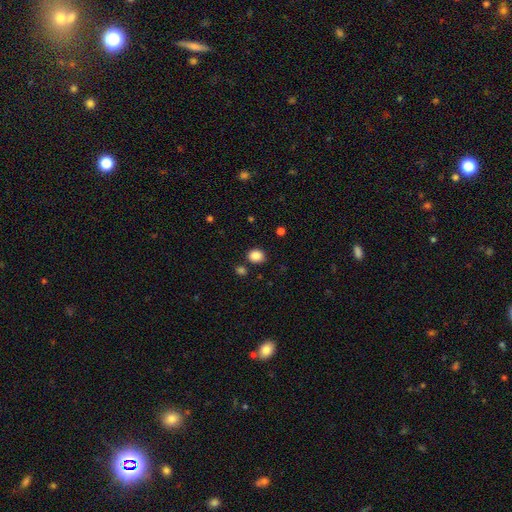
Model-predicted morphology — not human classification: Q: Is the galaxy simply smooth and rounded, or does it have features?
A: smooth — 86%.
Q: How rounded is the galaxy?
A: round — 62%.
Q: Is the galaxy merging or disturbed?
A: none — 80%.